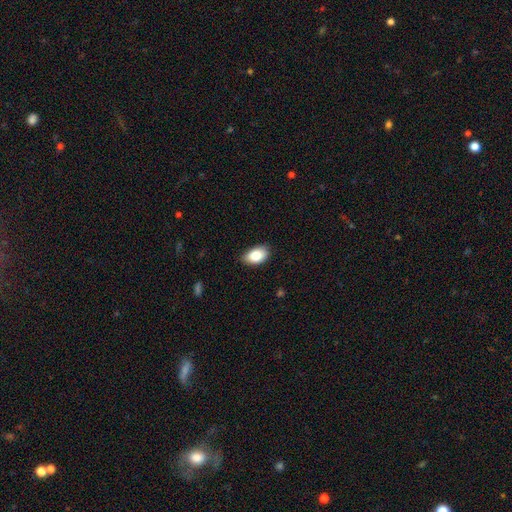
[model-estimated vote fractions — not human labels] Smooth or featured? Predicted: smooth (p=0.85). How rounded? Predicted: in between (p=0.92). Merging? Predicted: none (p=0.81).